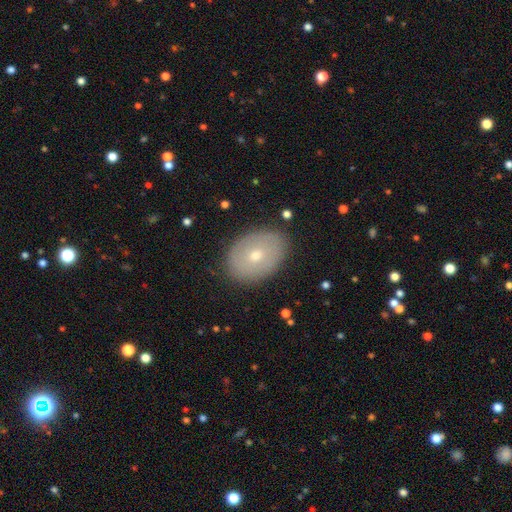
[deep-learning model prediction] smooth_or_featured: smooth (p=0.57) [alt: featured or disk p=0.35]
how_rounded: in between (p=0.73) [alt: round p=0.26]
merging: none (p=0.84) [alt: minor disturbance p=0.12]